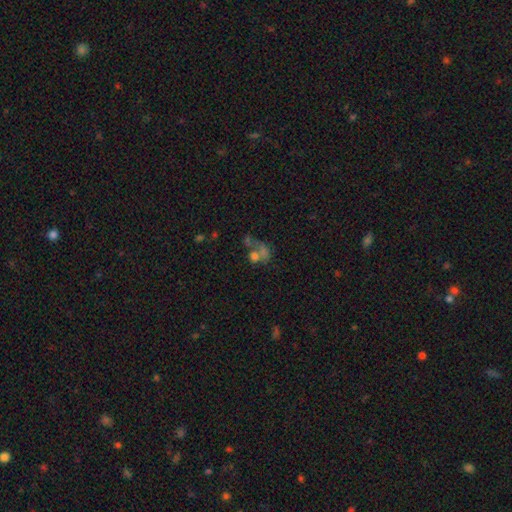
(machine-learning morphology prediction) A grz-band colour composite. It shows a smooth galaxy with no disk features (46%). Merging: merger (43%).